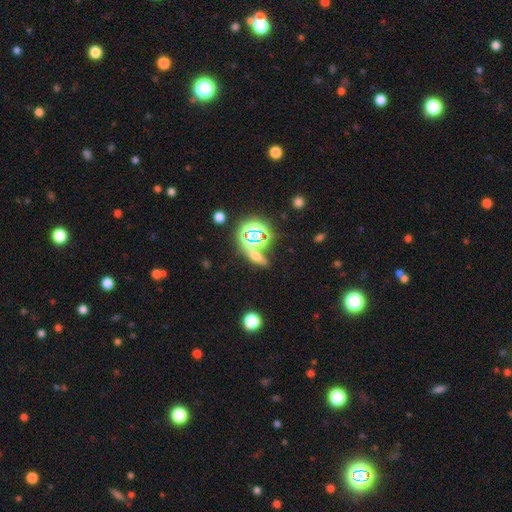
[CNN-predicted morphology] smooth_or_featured: star or artifact (p=0.41) [alt: smooth p=0.40]